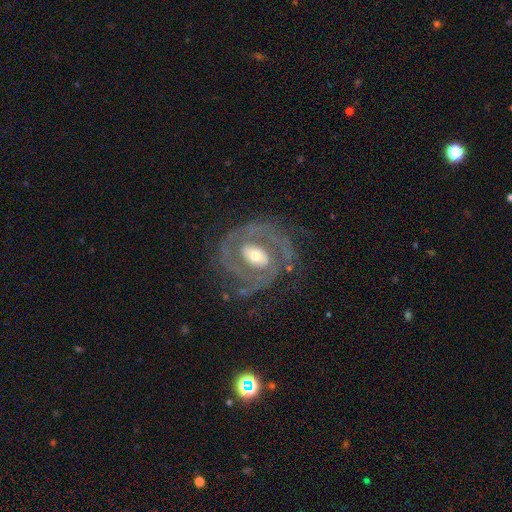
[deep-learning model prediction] Smooth or featured: featured or disk — 87% (smooth — 8%)
Edge-on disk: no — 97% (yes — 3%)
Bar: no — 40% (weak — 35%)
Spiral arms: yes — 89% (no — 11%)
Spiral winding: tight — 55% (medium — 36%)
Spiral arm count: 2 — 62% (can't tell — 14%)
Bulge size: moderate — 58% (small — 30%)
Merging: none — 70% (minor disturbance — 16%)